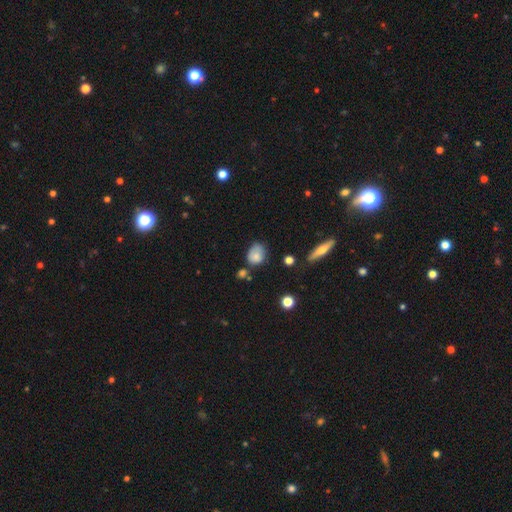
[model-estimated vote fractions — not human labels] smooth 77%, featured or disk 13%, star or artifact 10%. Down the decision tree: how rounded — in between (53%); merging — none (48%).